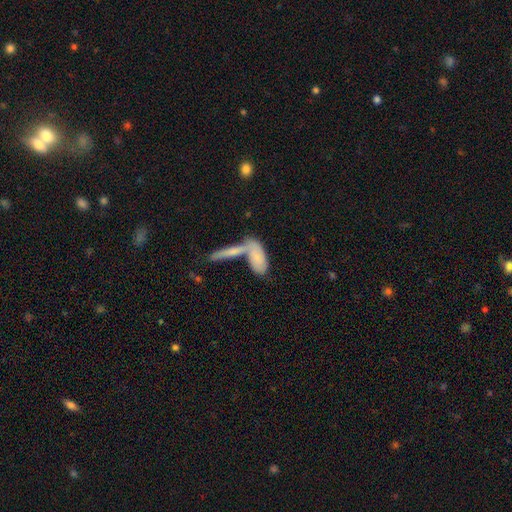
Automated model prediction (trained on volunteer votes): This appears to be a smooth galaxy with no disk features (67%) that is in between round and cigar-shaped (64%). Merging: merger (50%).